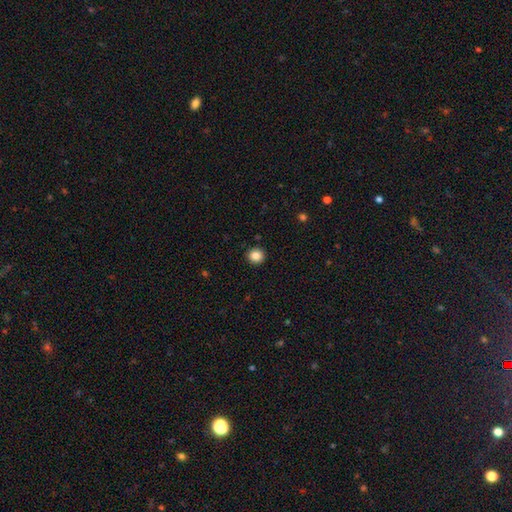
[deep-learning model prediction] The model was most divided on "smooth or featured": smooth: 86%, star or artifact: 10%, featured or disk: 4%. More confident: merging — none (93%); how rounded — round (92%).